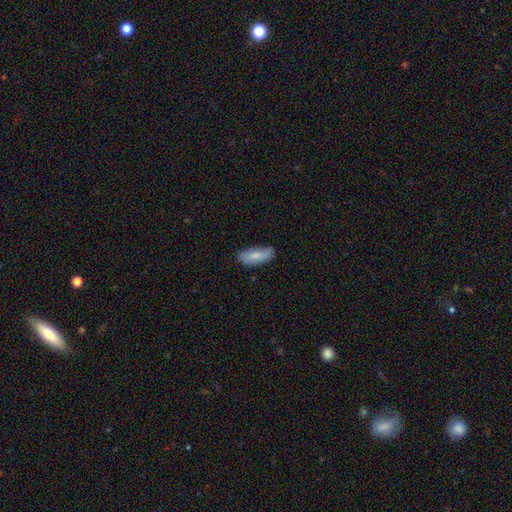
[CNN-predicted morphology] Q: Smooth or featured?
A: smooth (75%); runner-up: featured or disk (18%)
Q: How rounded?
A: in between (77%); runner-up: cigar-shaped (20%)
Q: Merging?
A: none (67%); runner-up: minor disturbance (26%)